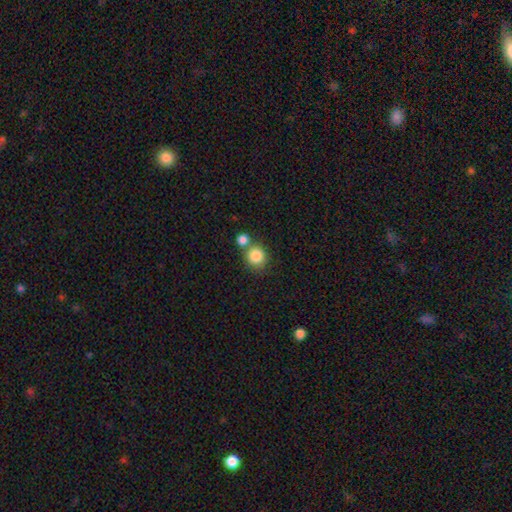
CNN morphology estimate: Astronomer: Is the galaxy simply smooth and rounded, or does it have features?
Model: smooth — 85%.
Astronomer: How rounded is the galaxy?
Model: round — 87%.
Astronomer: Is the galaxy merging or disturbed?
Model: none — 57%.